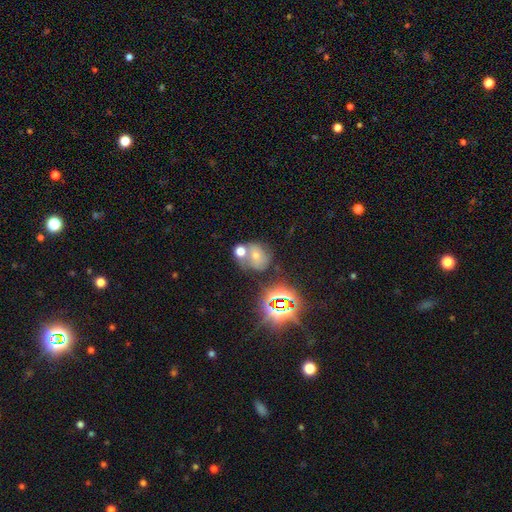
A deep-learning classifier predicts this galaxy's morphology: Smooth or featured: star or artifact — 47% (smooth — 29%)